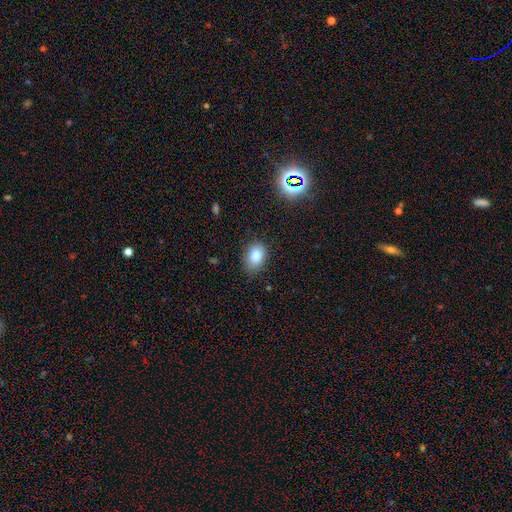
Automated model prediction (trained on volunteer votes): Smooth or featured?
  - smooth: 81% *
  - star or artifact: 10%
  - featured or disk: 9%
How rounded?
  - in between: 72% *
  - round: 27%
  - cigar-shaped: 1%
Merging?
  - none: 79% *
  - minor disturbance: 17%
  - major disturbance: 3%
  - merger: 1%